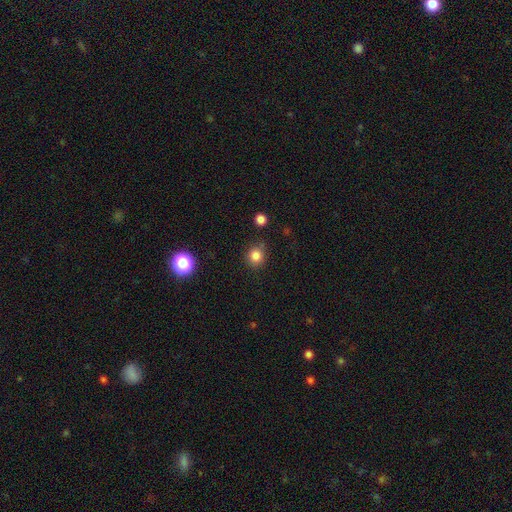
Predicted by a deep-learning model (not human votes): The model was most divided on "merging": none: 80%, minor disturbance: 13%, merger: 3%, major disturbance: 3%. More confident: how rounded — round (85%); smooth or featured — smooth (82%).